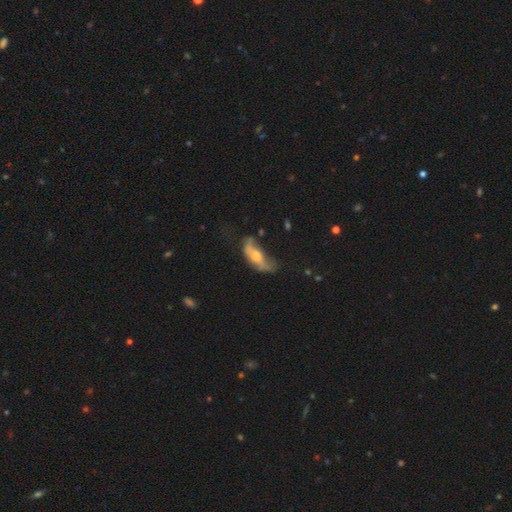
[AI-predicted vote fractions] This is possibly a featured or disk galaxy (53%). It is likely not viewed edge-on (71%). Merging: marginally none (33%).